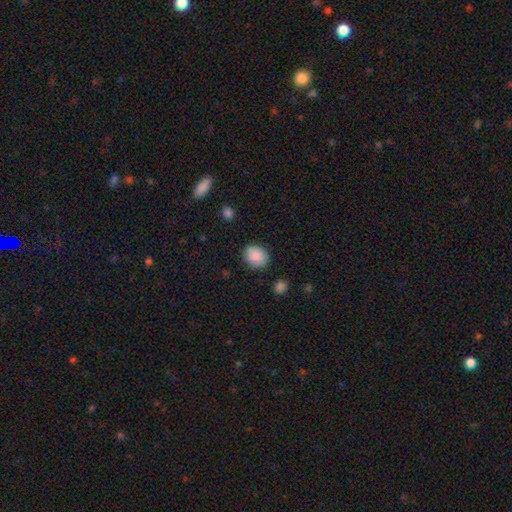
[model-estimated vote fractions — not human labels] Q: Smooth or featured?
A: smooth (86%); runner-up: star or artifact (8%)
Q: How rounded?
A: round (65%); runner-up: in between (34%)
Q: Merging?
A: none (77%); runner-up: minor disturbance (15%)